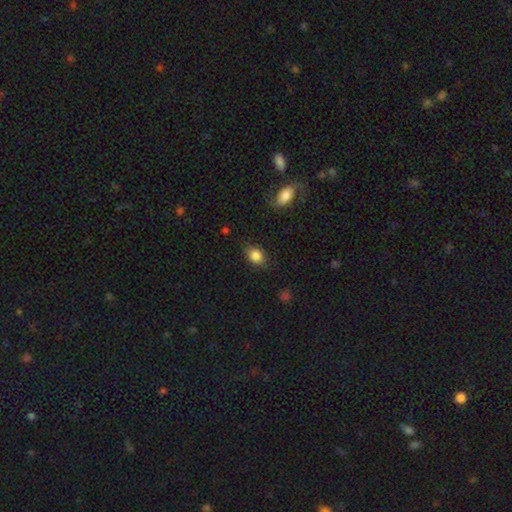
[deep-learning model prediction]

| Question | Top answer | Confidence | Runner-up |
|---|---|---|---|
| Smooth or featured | smooth | 85% | star or artifact (9%) |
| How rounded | in between | 70% | round (29%) |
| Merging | none | 81% | minor disturbance (15%) |